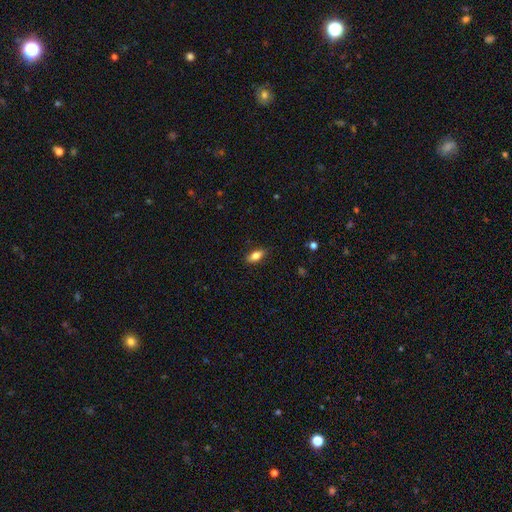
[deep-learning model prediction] A smooth galaxy with no disk features (79%) that is in between round and cigar-shaped (84%). Merging: none (87%).